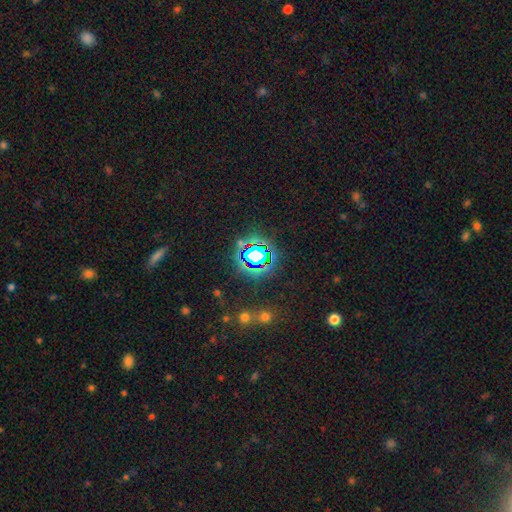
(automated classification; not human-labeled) This appears to be a star or artifact, not a galaxy (71%).